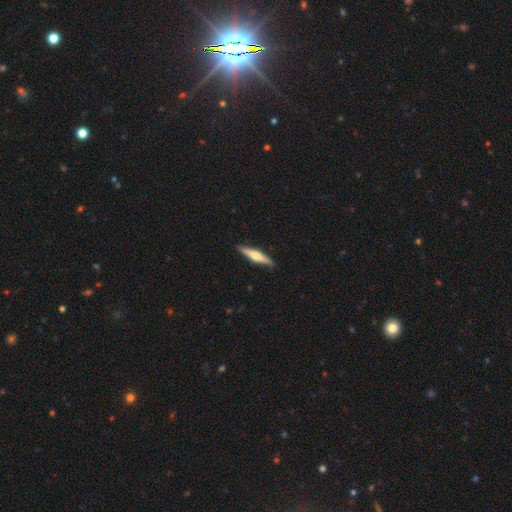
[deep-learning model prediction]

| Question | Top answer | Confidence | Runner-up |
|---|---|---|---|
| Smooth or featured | featured or disk | 54% | smooth (41%) |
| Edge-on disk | yes | 97% | no (3%) |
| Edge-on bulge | rounded | 81% | boxy (11%) |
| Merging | none | 91% | minor disturbance (7%) |